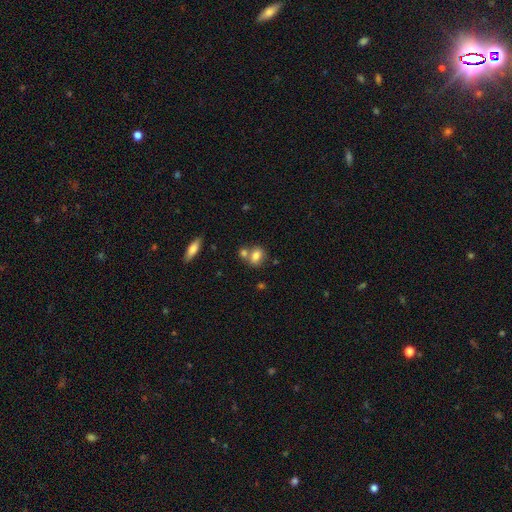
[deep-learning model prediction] Smooth or featured? smooth (77%)
How rounded? in between (59%)
Merging? none (52%)